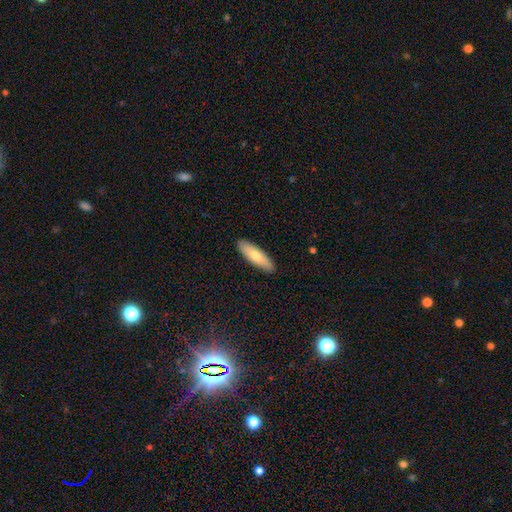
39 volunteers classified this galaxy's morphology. Volunteers were most divided on "how rounded": cigar-shaped: 54%, in between: 46%, round: 0%. More confident: merging — none (95%); smooth or featured — smooth (72%).